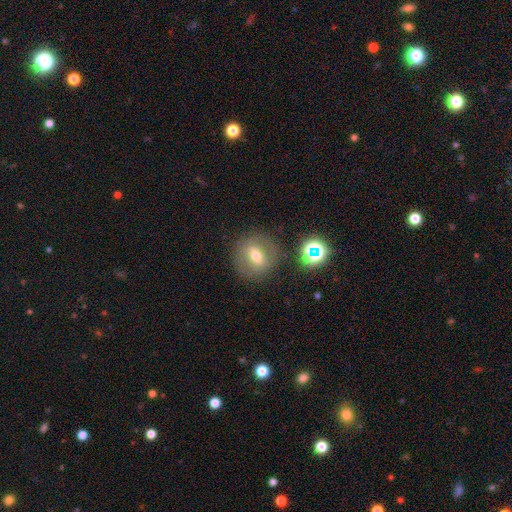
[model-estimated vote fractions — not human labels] Overall: smooth (47%; featured or disk 39%). Merging: none (84%).